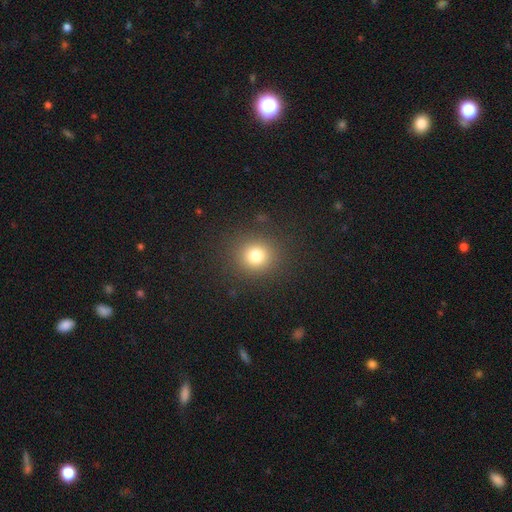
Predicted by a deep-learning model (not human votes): Smooth or featured? Predicted: smooth (p=0.78). How rounded? Predicted: round (p=0.88). Merging? Predicted: none (p=0.88).